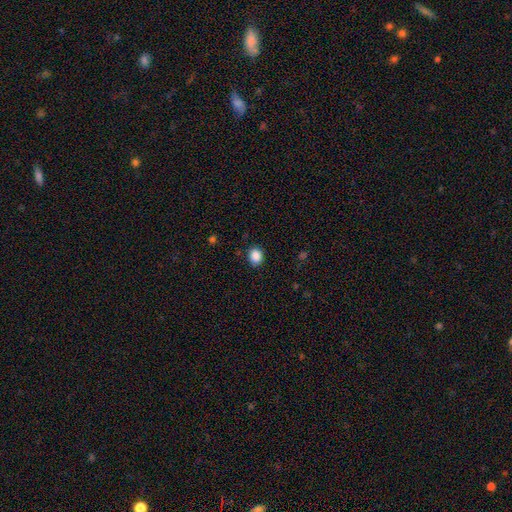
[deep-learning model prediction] Smooth or featured?
  - smooth: 88% *
  - star or artifact: 9%
  - featured or disk: 3%
How rounded?
  - round: 57% *
  - in between: 42%
  - cigar-shaped: 1%
Merging?
  - none: 86% *
  - minor disturbance: 11%
  - major disturbance: 3%
  - merger: 1%